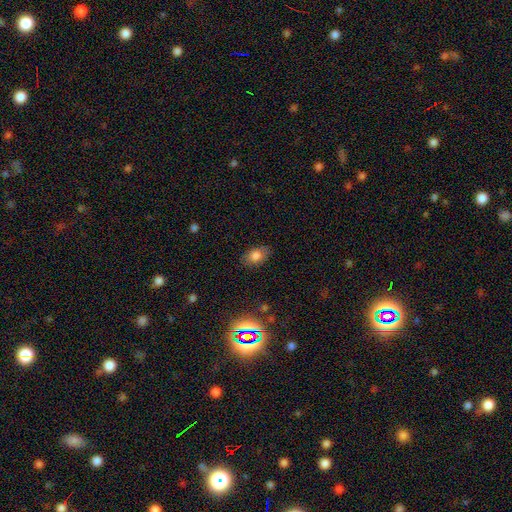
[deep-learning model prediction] smooth-or-featured: smooth: 76% | star or artifact: 12% | featured or disk: 11%
  how-rounded: in between: 84% | round: 14% | cigar-shaped: 2%
  merging: none: 82% | minor disturbance: 14% | major disturbance: 3% | merger: 1%